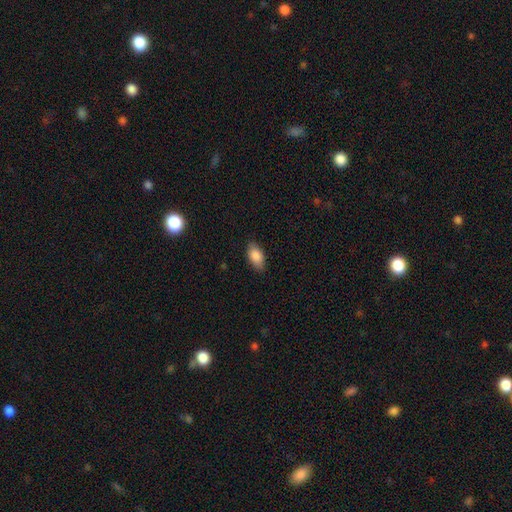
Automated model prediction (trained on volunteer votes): smooth-or-featured: smooth: 87% | star or artifact: 7% | featured or disk: 6%
  how-rounded: in between: 91% | cigar-shaped: 5% | round: 4%
  merging: none: 84% | minor disturbance: 12% | major disturbance: 3% | merger: 1%